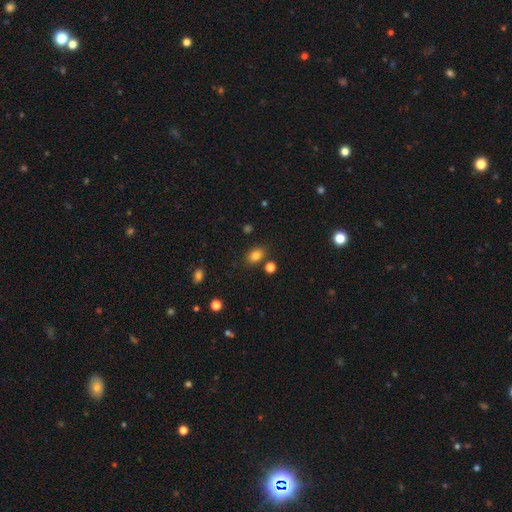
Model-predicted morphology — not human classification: Overall: smooth (82%). How rounded: in between (73%). Merging: none (79%).